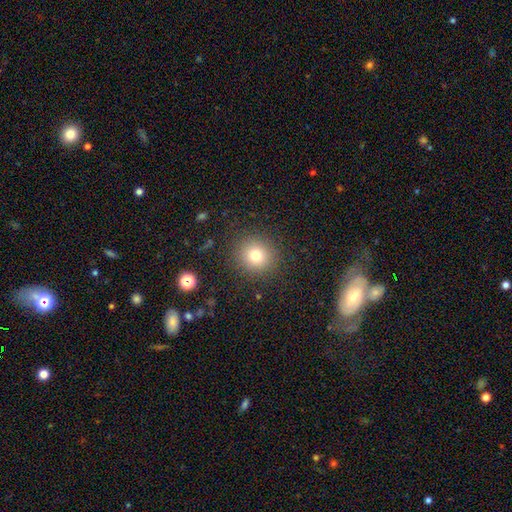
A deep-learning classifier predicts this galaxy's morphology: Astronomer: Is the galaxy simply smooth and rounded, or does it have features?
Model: smooth — 76%.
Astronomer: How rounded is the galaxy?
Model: round — 92%.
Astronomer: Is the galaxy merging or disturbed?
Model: none — 89%.